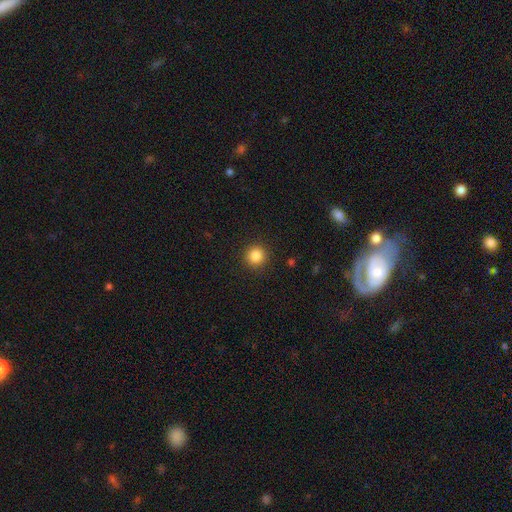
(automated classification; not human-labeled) A smooth galaxy with no disk features (85%) that is round (95%).

Vote fractions:
- Smooth or featured? smooth: 85% / star or artifact: 11% / featured or disk: 4%
- How rounded? round: 95% / in between: 4% / cigar-shaped: 1%
- Merging? none: 92% / minor disturbance: 5% / major disturbance: 2% / merger: 1%